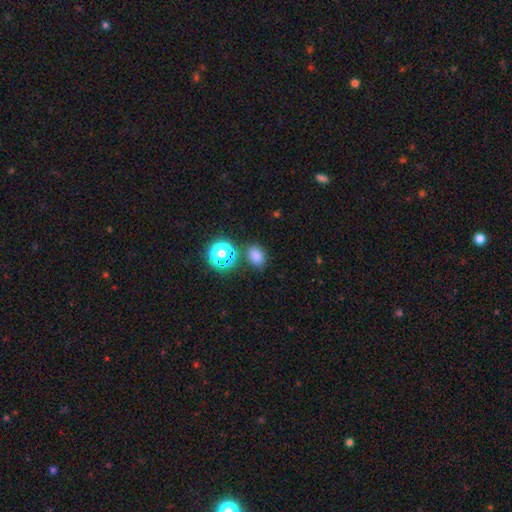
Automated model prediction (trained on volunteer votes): The model was most divided on "how rounded": in between: 59%, round: 40%, cigar-shaped: 1%. More confident: merging — none (77%); smooth or featured — smooth (75%).